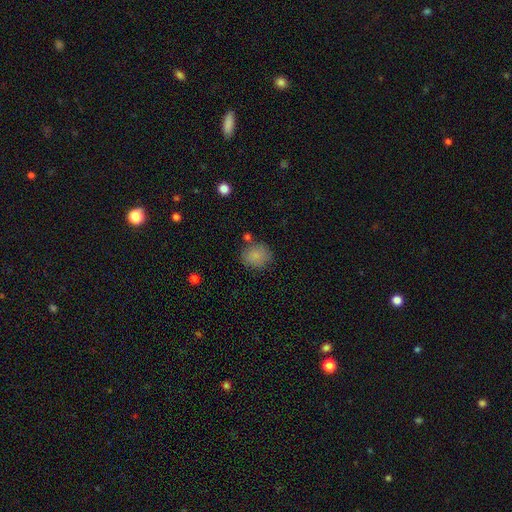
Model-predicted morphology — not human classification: smooth_or_featured: smooth (p=0.84) [alt: star or artifact p=0.09]
how_rounded: round (p=0.76) [alt: in between p=0.23]
merging: none (p=0.75) [alt: minor disturbance p=0.14]